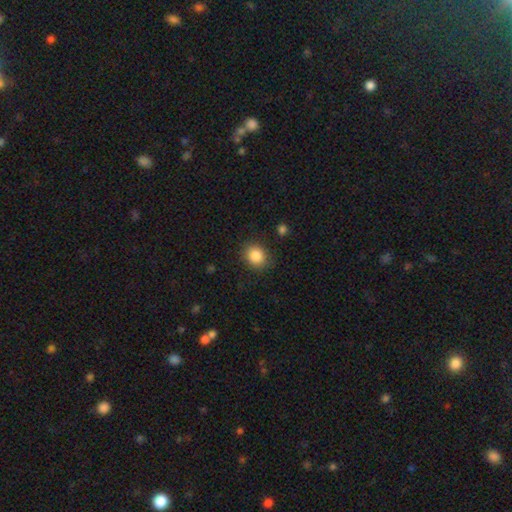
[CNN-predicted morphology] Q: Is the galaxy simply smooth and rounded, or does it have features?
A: smooth — 86%.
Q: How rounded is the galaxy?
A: round — 71%.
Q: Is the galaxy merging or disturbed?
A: none — 87%.